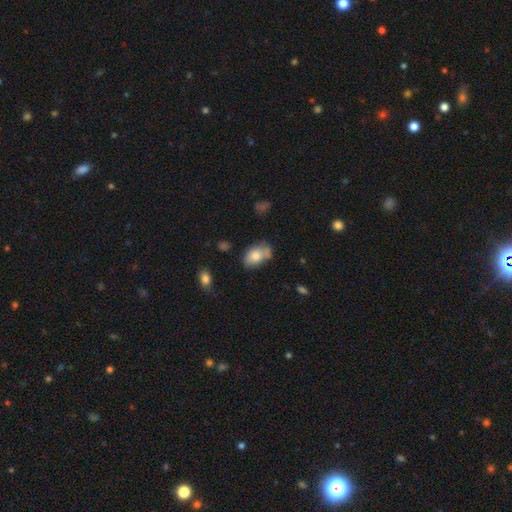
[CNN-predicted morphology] This appears to be a smooth galaxy with no disk features (75%) that is in between round and cigar-shaped (87%). Merging: none (46%).